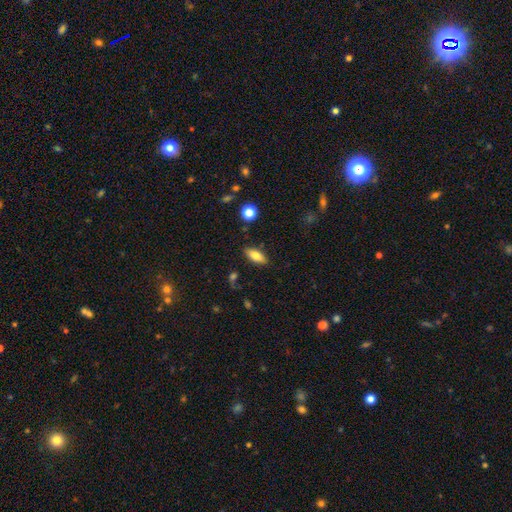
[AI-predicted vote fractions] Morphology: type=smooth (73%); roundness=in between (79%); merging=none (85%).